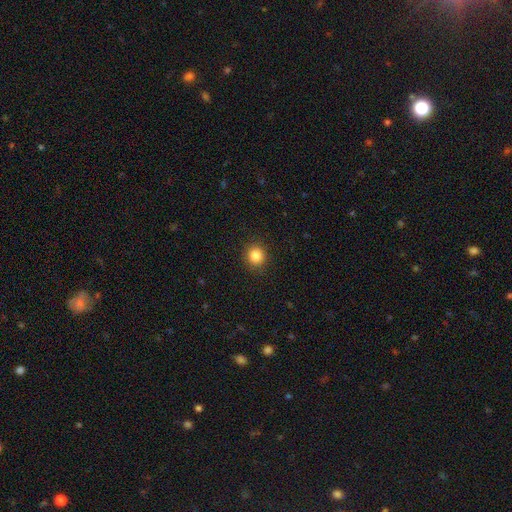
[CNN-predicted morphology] A smooth galaxy with no disk features (85%) that is round (88%).

Vote fractions:
- Smooth or featured? smooth: 85% / star or artifact: 11% / featured or disk: 4%
- How rounded? round: 88% / in between: 11% / cigar-shaped: 1%
- Merging? none: 91% / minor disturbance: 6% / major disturbance: 2% / merger: 1%